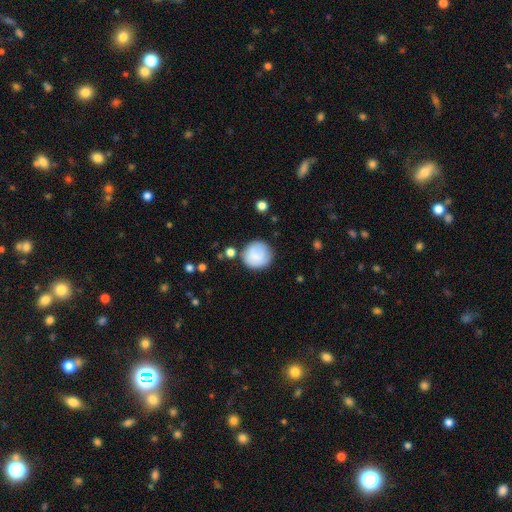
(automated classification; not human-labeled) Q: Smooth or featured?
A: smooth (85%); runner-up: featured or disk (8%)
Q: How rounded?
A: round (93%); runner-up: in between (6%)
Q: Merging?
A: none (78%); runner-up: minor disturbance (13%)